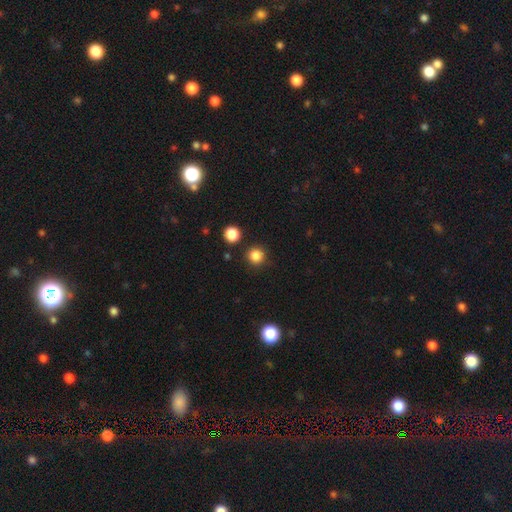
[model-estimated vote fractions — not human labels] The model was most divided on "smooth or featured": smooth: 84%, star or artifact: 13%, featured or disk: 4%. More confident: how rounded — round (94%); merging — none (90%).